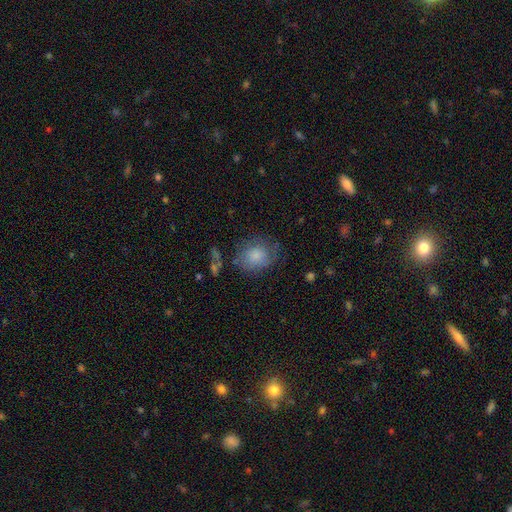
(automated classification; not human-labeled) This is likely a smooth galaxy (76%). How rounded: likely round (61%). Merging: likely none (62%).